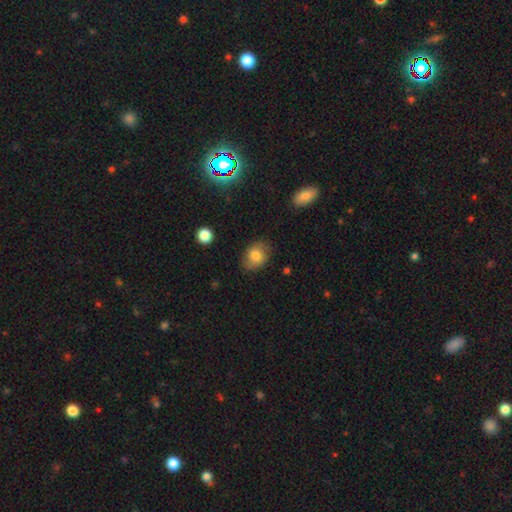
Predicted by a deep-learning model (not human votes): Smooth or featured? Predicted: smooth (p=0.76). How rounded? Predicted: in between (p=0.60). Merging? Predicted: none (p=0.75).